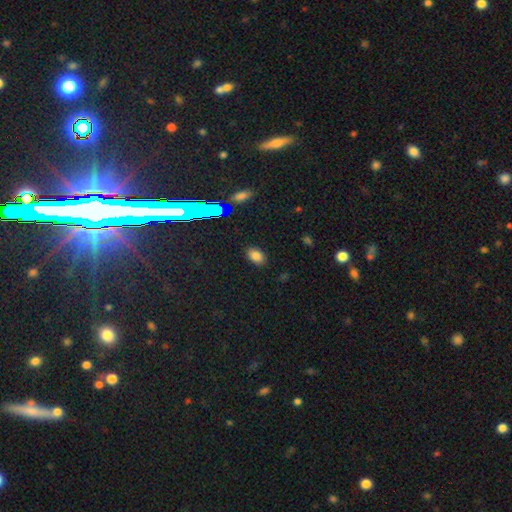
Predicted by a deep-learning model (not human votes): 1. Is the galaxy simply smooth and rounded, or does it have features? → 80% smooth, 14% star or artifact, 6% featured or disk.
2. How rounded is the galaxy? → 88% in between, 10% round, 2% cigar-shaped.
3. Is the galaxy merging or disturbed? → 88% none, 9% minor disturbance, 2% major disturbance, 1% merger.